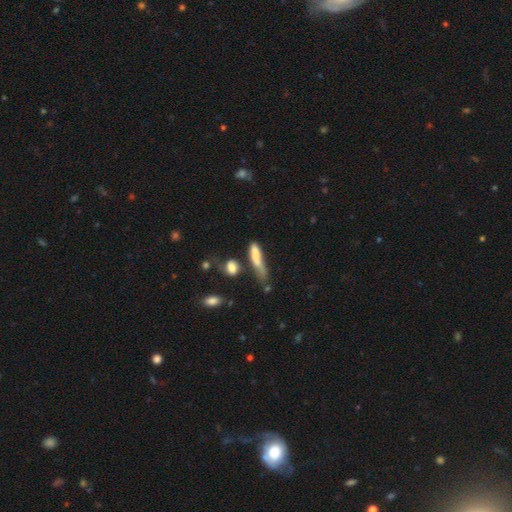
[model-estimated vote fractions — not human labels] Smooth or featured: smooth — 70% (featured or disk — 22%)
How rounded: cigar-shaped — 73% (in between — 24%)
Merging: minor disturbance — 28% (tied with major disturbance — 28%)